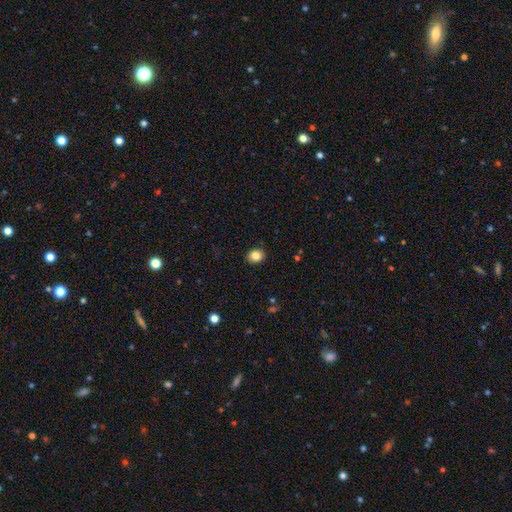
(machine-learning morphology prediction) smooth 84%, star or artifact 10%, featured or disk 6%. Down the decision tree: how rounded — round (59%); merging — none (90%).